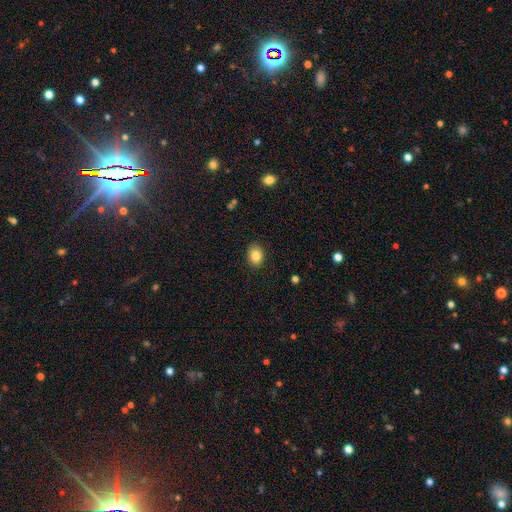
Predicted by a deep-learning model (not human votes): Q: Smooth or featured?
A: smooth (84%); runner-up: star or artifact (9%)
Q: How rounded?
A: in between (60%); runner-up: round (40%)
Q: Merging?
A: none (87%); runner-up: minor disturbance (10%)